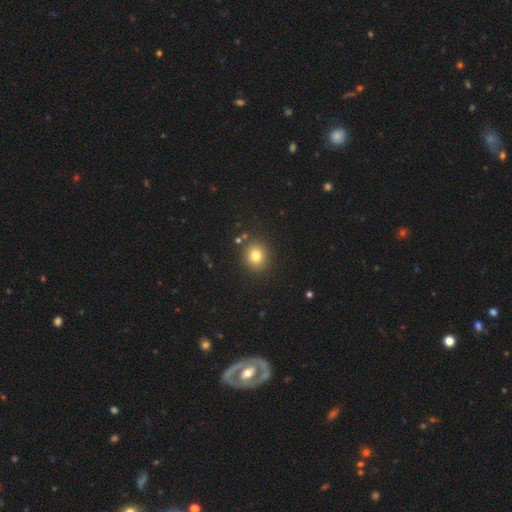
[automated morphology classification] smooth 79%, star or artifact 13%, featured or disk 8%. Down the decision tree: how rounded — round (82%); merging — none (87%).